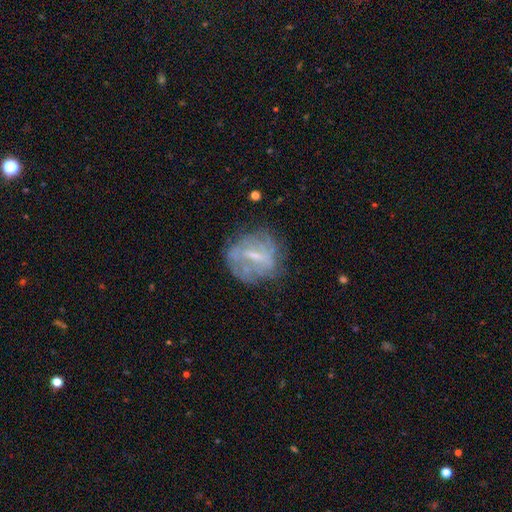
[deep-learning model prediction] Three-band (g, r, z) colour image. It shows a featured or disk galaxy (66%) with a weak bar (50%), spiral arms (55%) and a small central bulge (52%). Merging: none (63%).